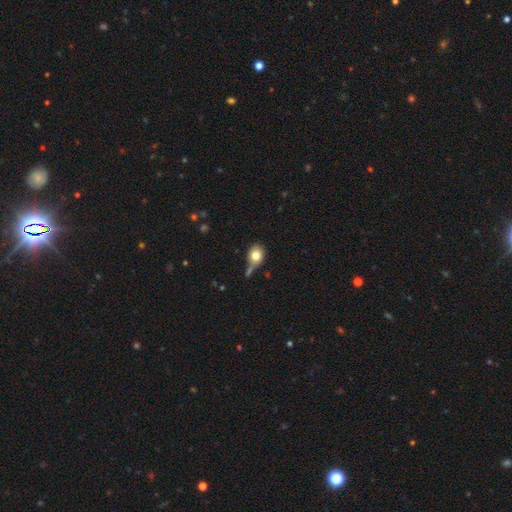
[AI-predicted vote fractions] Smooth or featured: smooth — 78% (featured or disk — 12%)
How rounded: round — 55% (in between — 43%)
Merging: none — 45% (minor disturbance — 22%)